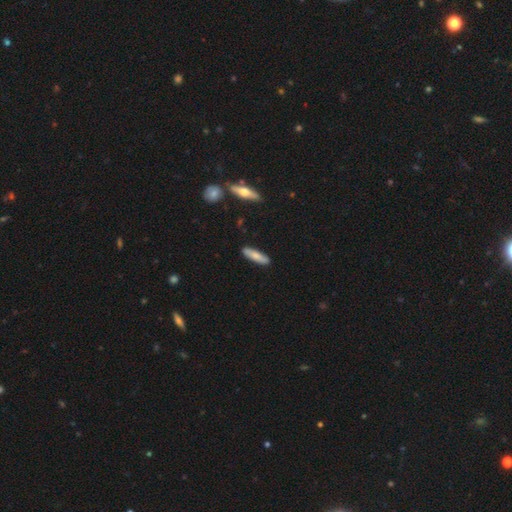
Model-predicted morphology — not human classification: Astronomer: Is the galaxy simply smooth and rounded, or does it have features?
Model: smooth — 75%.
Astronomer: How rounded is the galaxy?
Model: cigar-shaped — 72%.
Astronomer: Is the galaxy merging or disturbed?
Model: none — 88%.